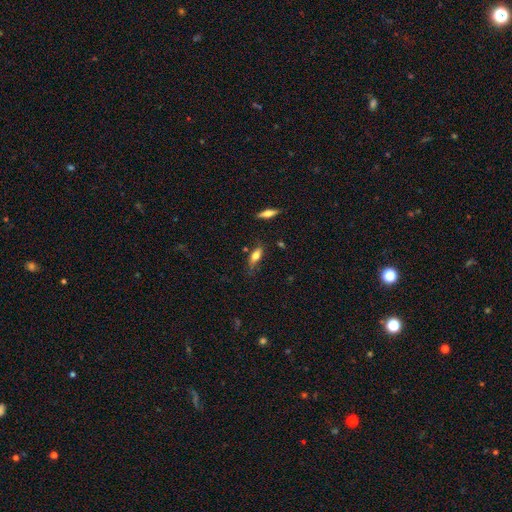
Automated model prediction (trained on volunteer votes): smooth_or_featured: smooth (p=0.71) [alt: featured or disk p=0.21]
how_rounded: in between (p=0.69) [alt: cigar-shaped p=0.27]
merging: none (p=0.63) [alt: minor disturbance p=0.26]